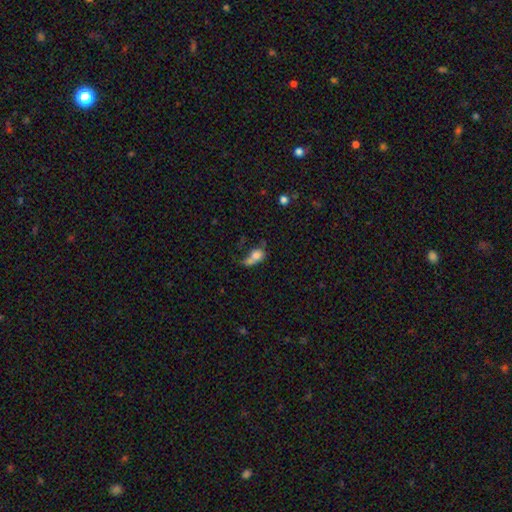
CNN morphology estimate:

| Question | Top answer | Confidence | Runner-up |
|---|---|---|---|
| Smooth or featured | smooth | 70% | featured or disk (18%) |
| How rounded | in between | 63% | round (32%) |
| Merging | merger | 44% | major disturbance (22%) |